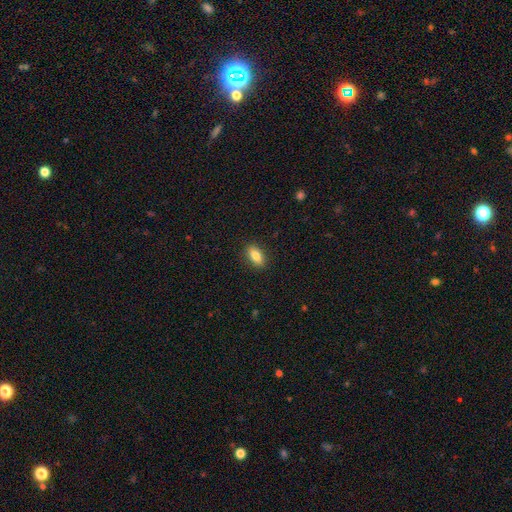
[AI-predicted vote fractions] Smooth or featured: smooth — 83% (featured or disk — 9%)
How rounded: in between — 88% (cigar-shaped — 6%)
Merging: none — 89% (minor disturbance — 8%)